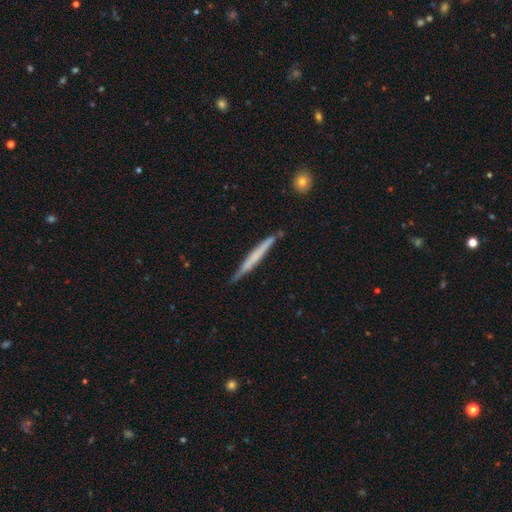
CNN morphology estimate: The model was most divided on "smooth or featured": featured or disk: 48%, smooth: 47%, star or artifact: 5%. More confident: merging — none (82%).